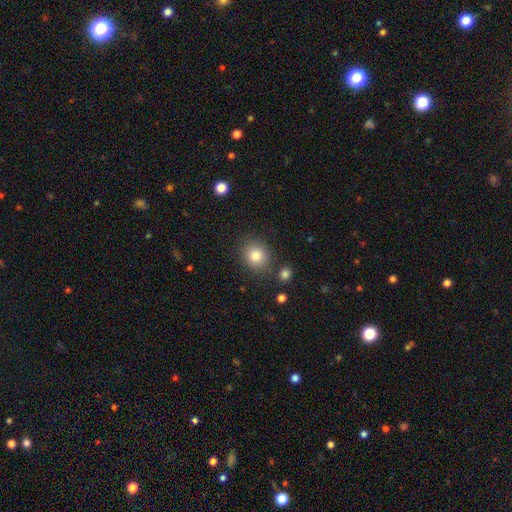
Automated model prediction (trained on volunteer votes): A smooth galaxy with no disk features (82%) that is round (77%).

Vote fractions:
- Smooth or featured? smooth: 82% / star or artifact: 10% / featured or disk: 8%
- How rounded? round: 77% / in between: 22% / cigar-shaped: 1%
- Merging? none: 83% / minor disturbance: 10% / merger: 4% / major disturbance: 3%